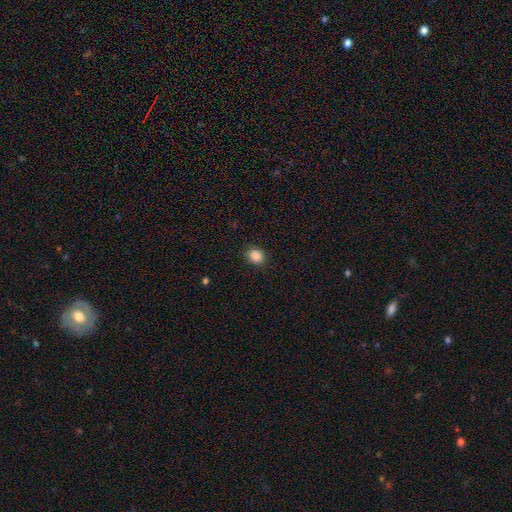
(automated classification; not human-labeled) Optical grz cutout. It shows a smooth galaxy with no disk features (87%) that is round (71%). Merging: none (90%).